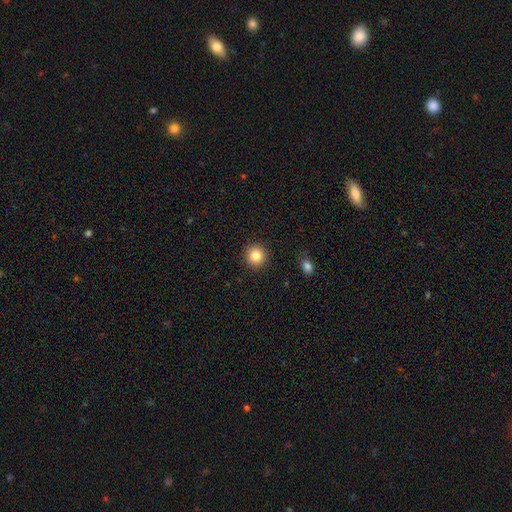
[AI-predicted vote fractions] Smooth or featured?
  - smooth: 84% *
  - star or artifact: 10%
  - featured or disk: 6%
How rounded?
  - round: 94% *
  - in between: 5%
  - cigar-shaped: 1%
Merging?
  - none: 91% *
  - minor disturbance: 6%
  - major disturbance: 2%
  - merger: 1%